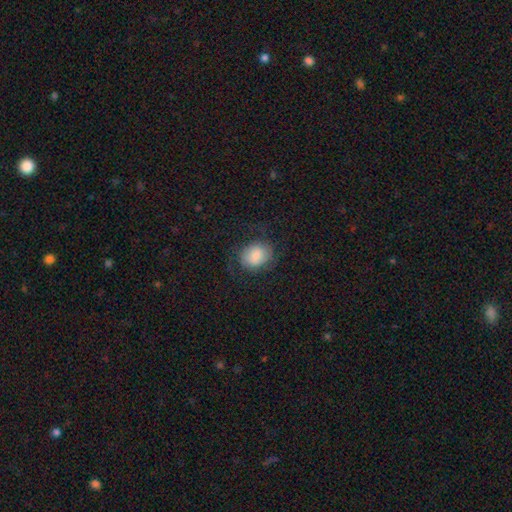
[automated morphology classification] This is possibly a smooth galaxy (60%). How rounded: possibly round (51%). Merging: likely none (63%).